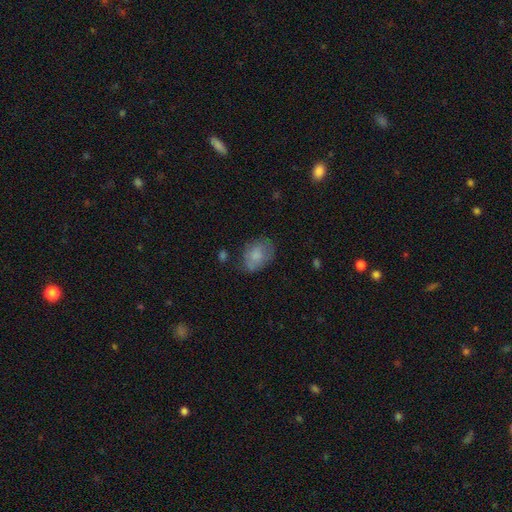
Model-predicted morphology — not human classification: Smooth or featured? Predicted: smooth (p=0.73). How rounded? Predicted: in between (p=0.75). Merging? Predicted: none (p=0.56).